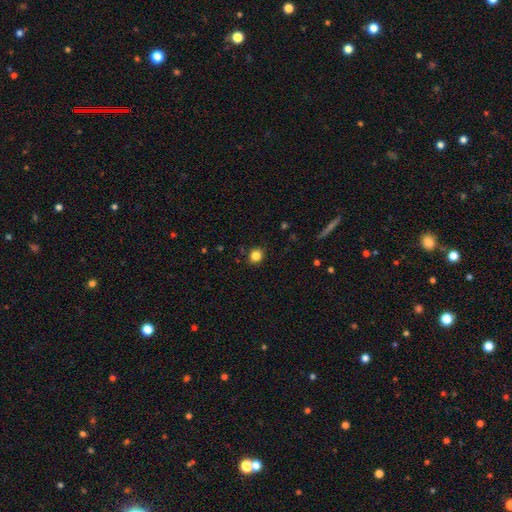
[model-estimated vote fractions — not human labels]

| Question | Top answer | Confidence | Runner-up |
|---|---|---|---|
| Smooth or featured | smooth | 84% | star or artifact (11%) |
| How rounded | round | 79% | in between (20%) |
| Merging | none | 86% | minor disturbance (10%) |